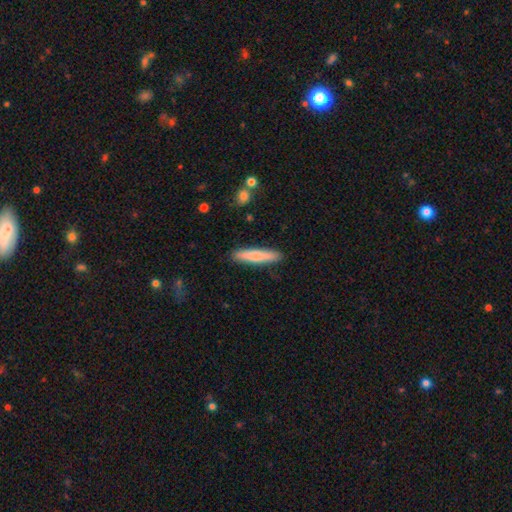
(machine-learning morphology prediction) smooth-or-featured: smooth: 78% | featured or disk: 16% | star or artifact: 5%
  how-rounded: cigar-shaped: 91% | in between: 8% | round: 1%
  merging: none: 90% | minor disturbance: 7% | major disturbance: 2% | merger: 1%